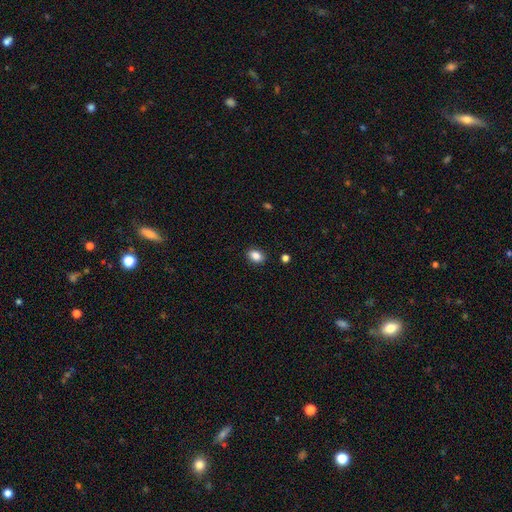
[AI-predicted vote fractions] Smooth or featured?
  - smooth: 86% *
  - star or artifact: 9%
  - featured or disk: 5%
How rounded?
  - in between: 76% *
  - round: 22%
  - cigar-shaped: 1%
Merging?
  - none: 89% *
  - minor disturbance: 8%
  - major disturbance: 2%
  - merger: 1%